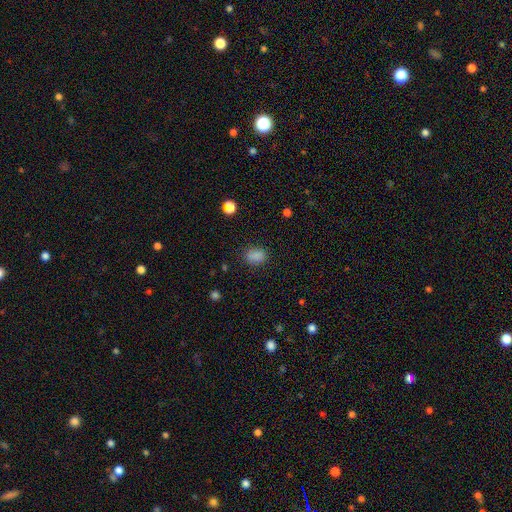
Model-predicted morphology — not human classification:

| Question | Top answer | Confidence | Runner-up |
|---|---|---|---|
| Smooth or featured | smooth | 85% | star or artifact (11%) |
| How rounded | in between | 71% | round (27%) |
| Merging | none | 83% | minor disturbance (12%) |